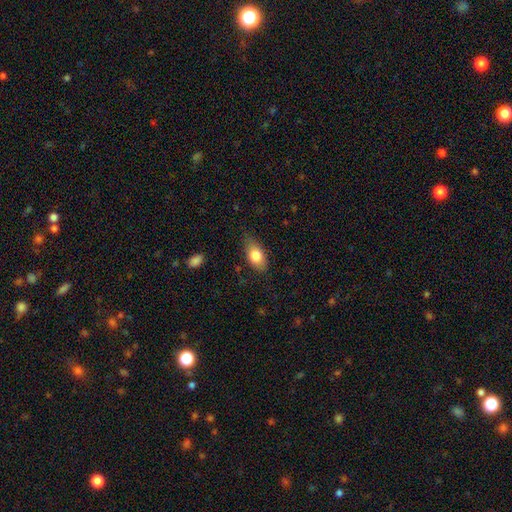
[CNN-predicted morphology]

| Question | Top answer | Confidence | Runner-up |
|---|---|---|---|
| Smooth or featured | smooth | 79% | featured or disk (14%) |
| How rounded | in between | 88% | round (7%) |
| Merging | none | 72% | minor disturbance (22%) |